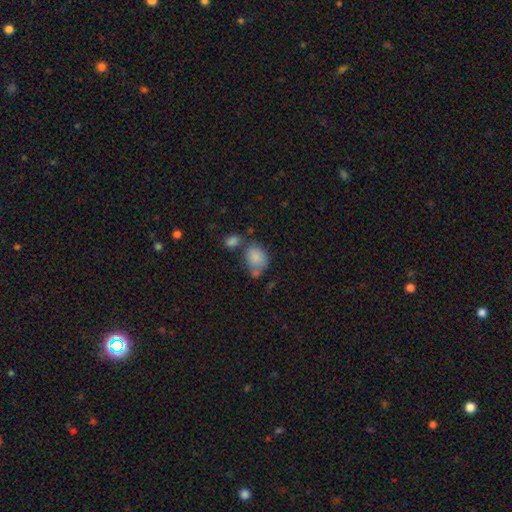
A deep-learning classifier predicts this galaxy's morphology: A smooth galaxy with no disk features (80%) that is in between round and cigar-shaped (63%). Merging: none (41%).